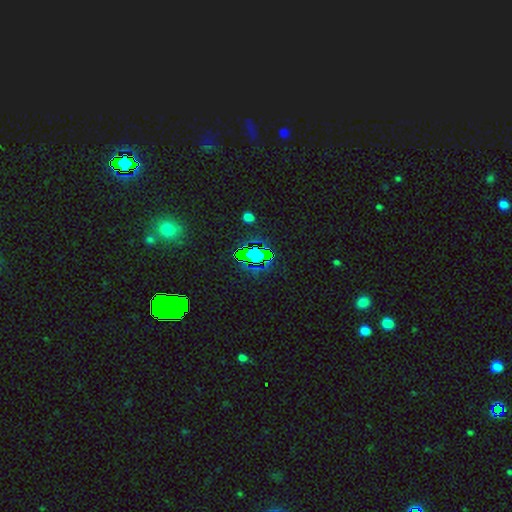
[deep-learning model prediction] smooth_or_featured: star or artifact (p=0.70) [alt: smooth p=0.19]